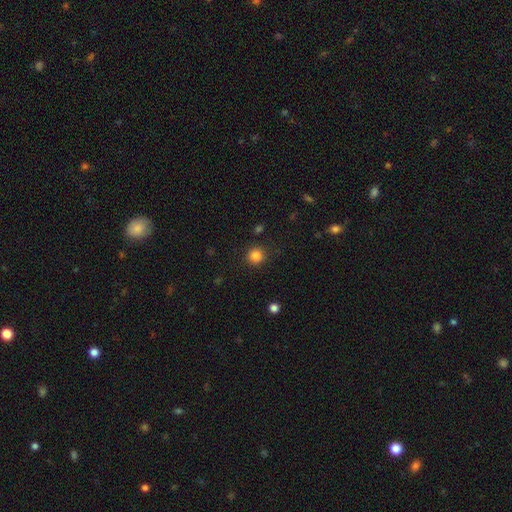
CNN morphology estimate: This appears to be a smooth galaxy with no disk features (84%) that is round (92%). Merging: none (88%).